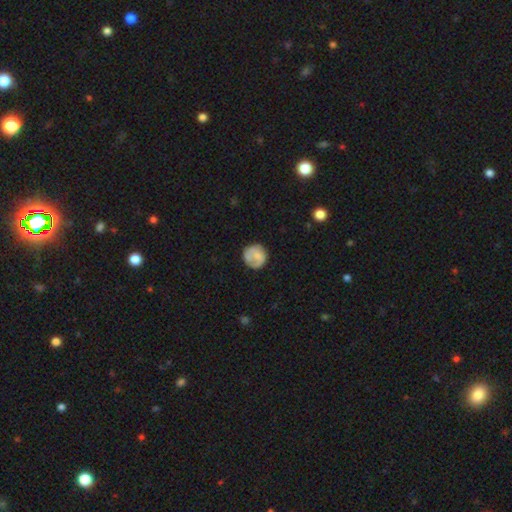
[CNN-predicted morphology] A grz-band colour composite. It shows a smooth galaxy with no disk features (68%) that is round (89%). Merging: none (71%).